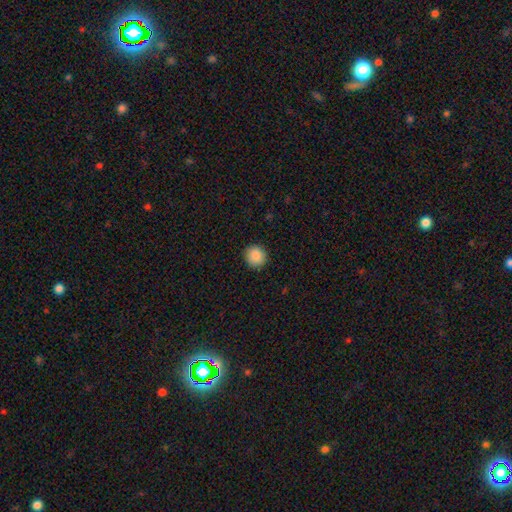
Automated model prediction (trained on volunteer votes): Smooth or featured? smooth (88%)
How rounded? round (93%)
Merging? none (92%)